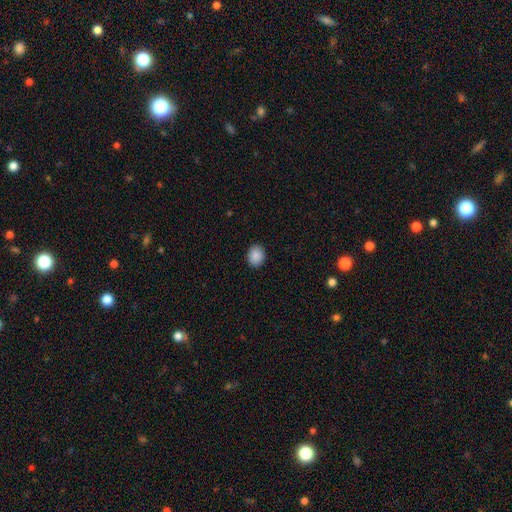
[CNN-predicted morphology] A smooth galaxy with no disk features (89%) that is round (60%). Merging: none (91%).